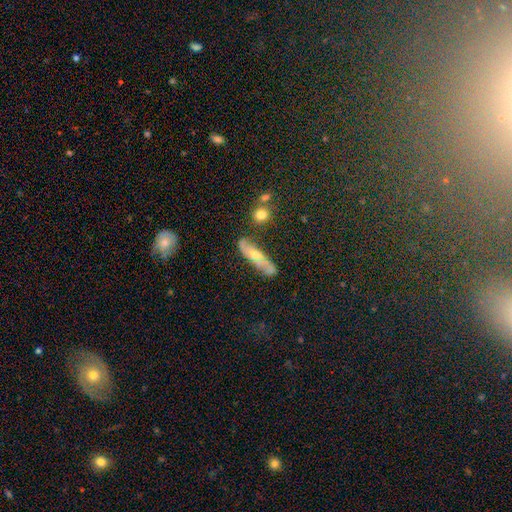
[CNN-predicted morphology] smooth-or-featured: featured or disk: 54% | smooth: 37% | star or artifact: 9%
  disk-edge-on: no: 59% | yes: 41%
  merging: none: 63% | minor disturbance: 22% | merger: 8% | major disturbance: 8%